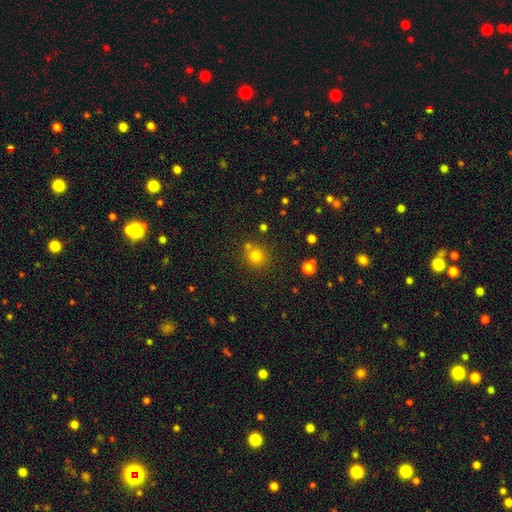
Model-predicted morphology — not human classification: type=smooth (77%); roundness=round (91%); merging=none (75%).